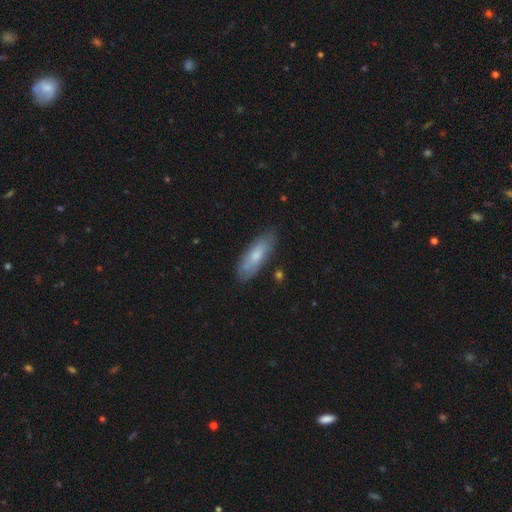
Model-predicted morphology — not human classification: Smooth or featured?
  - smooth: 68% *
  - featured or disk: 26%
  - star or artifact: 6%
How rounded?
  - in between: 56% *
  - cigar-shaped: 43%
  - round: 2%
Merging?
  - none: 78% *
  - minor disturbance: 16%
  - major disturbance: 3%
  - merger: 2%